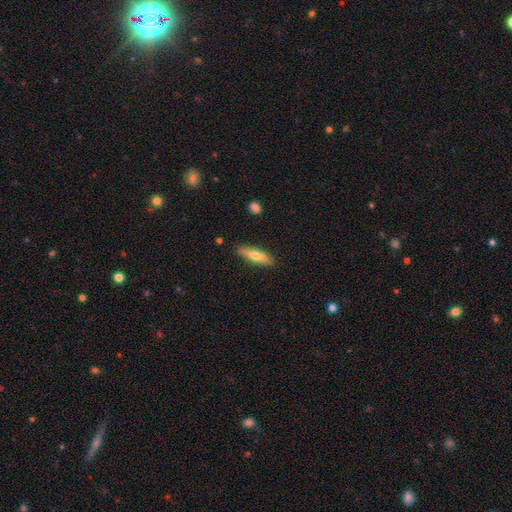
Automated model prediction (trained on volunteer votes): Q: Smooth or featured?
A: smooth (67%); runner-up: featured or disk (27%)
Q: How rounded?
A: cigar-shaped (63%); runner-up: in between (35%)
Q: Merging?
A: none (87%); runner-up: minor disturbance (10%)